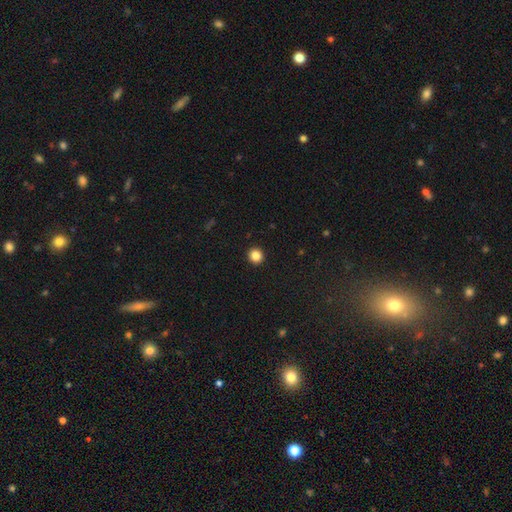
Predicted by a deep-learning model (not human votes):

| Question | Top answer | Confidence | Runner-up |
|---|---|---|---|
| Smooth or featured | smooth | 86% | star or artifact (11%) |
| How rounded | round | 93% | in between (6%) |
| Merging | none | 94% | minor disturbance (4%) |